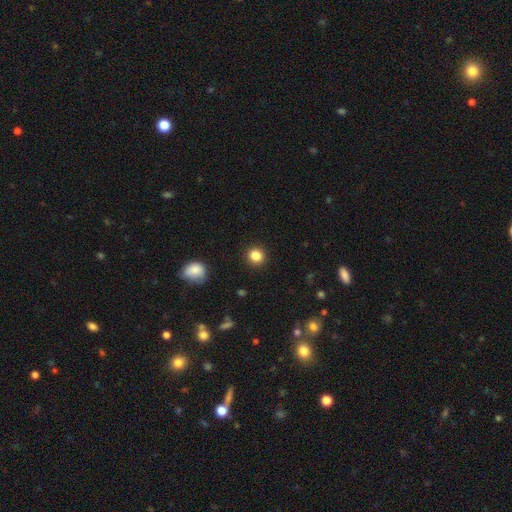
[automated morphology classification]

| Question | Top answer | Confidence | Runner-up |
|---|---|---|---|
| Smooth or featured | smooth | 86% | star or artifact (11%) |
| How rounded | round | 87% | in between (12%) |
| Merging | none | 91% | minor disturbance (6%) |